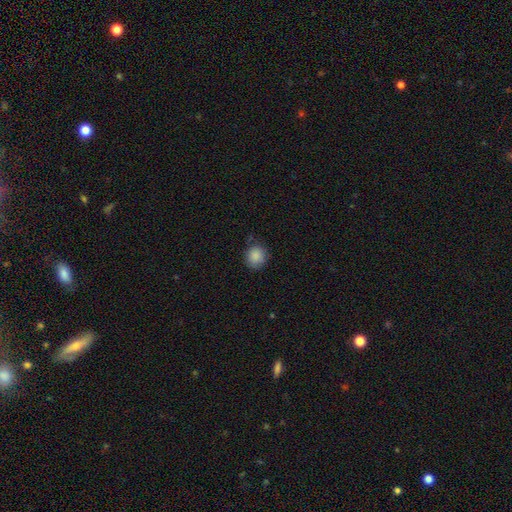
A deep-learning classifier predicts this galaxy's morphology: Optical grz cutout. It shows a smooth galaxy with no disk features (88%) that is round (80%). Merging: none (80%).